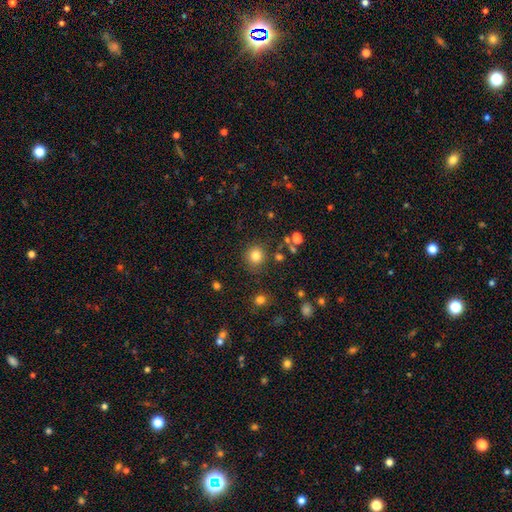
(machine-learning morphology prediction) type=smooth (81%); roundness=round (89%); merging=none (83%).